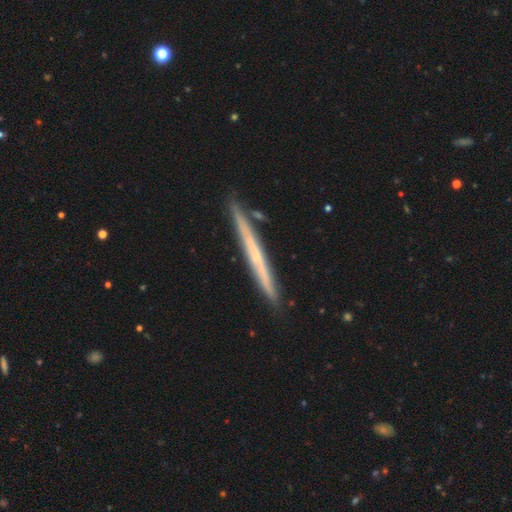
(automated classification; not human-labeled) featured or disk 59%, smooth 35%, star or artifact 6%. Down the decision tree: edge-on disk — yes (97%); edge-on bulge — none (79%); merging — none (89%).